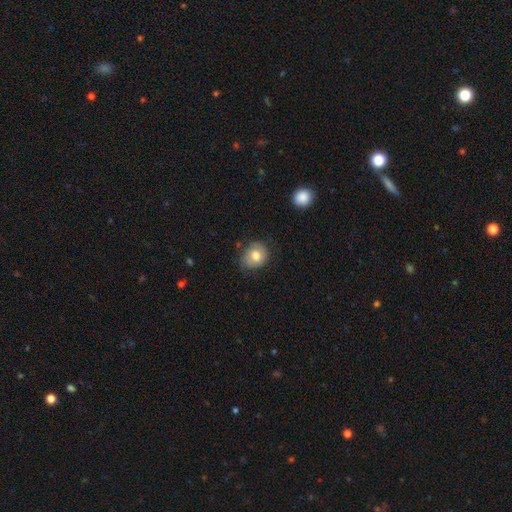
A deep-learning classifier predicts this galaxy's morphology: Smooth or featured? Predicted: smooth (p=0.71). How rounded? Predicted: round (p=0.63). Merging? Predicted: none (p=0.71).